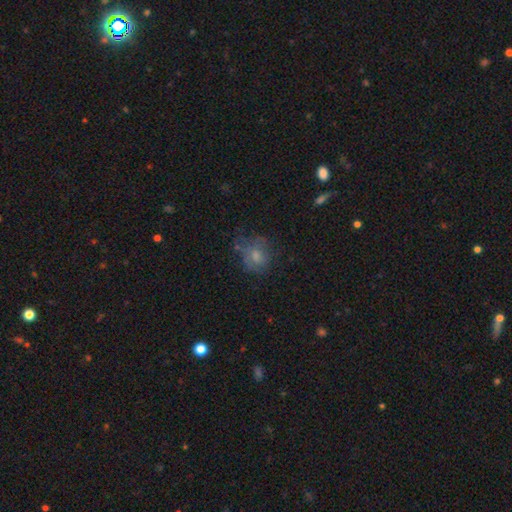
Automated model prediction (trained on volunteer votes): Smooth or featured? Predicted: smooth (p=0.63). How rounded? Predicted: round (p=0.67). Merging? Predicted: none (p=0.49).